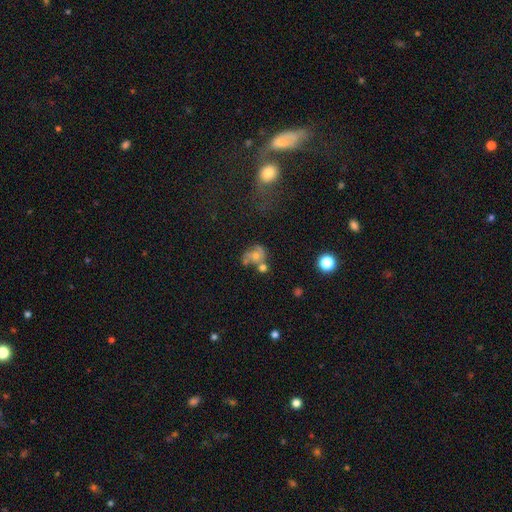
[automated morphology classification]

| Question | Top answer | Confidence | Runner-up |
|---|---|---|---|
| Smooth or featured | featured or disk | 46% | smooth (37%) |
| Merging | none | 35% | merger (28%) |